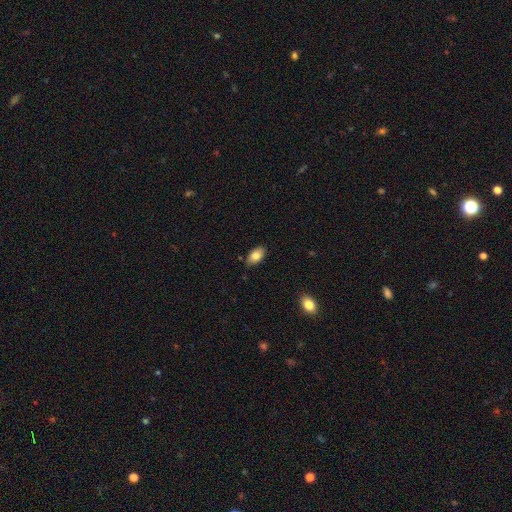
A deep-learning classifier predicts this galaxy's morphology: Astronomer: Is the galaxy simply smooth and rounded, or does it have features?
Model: smooth — 82%.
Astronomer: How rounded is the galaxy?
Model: in between — 93%.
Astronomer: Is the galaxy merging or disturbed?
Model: none — 84%.